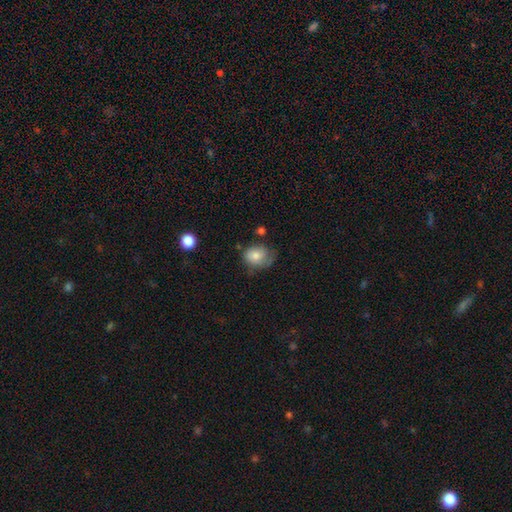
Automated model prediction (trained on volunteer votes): smooth 71%, featured or disk 20%, star or artifact 9%. Down the decision tree: how rounded — round (51%); merging — none (46%).